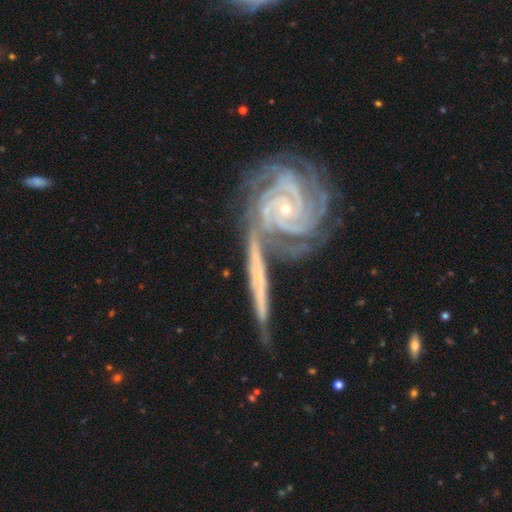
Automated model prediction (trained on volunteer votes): Morphology: type=featured or disk (74%); edge-on=no (69%); bar=no (66%); spiral arms=yes (86%); bulge=small (61%); merging=none (49%).